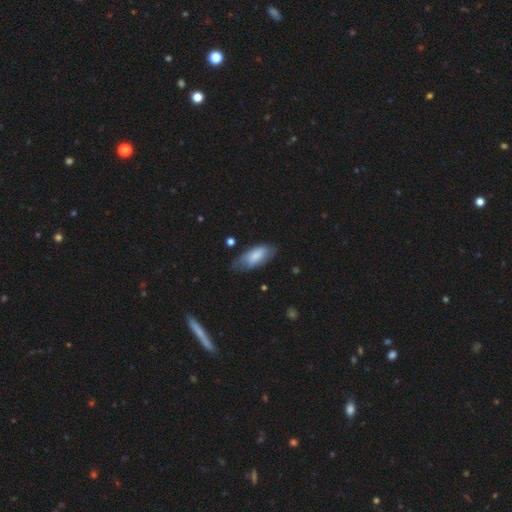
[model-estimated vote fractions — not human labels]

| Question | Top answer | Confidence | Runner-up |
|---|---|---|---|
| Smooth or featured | smooth | 70% | featured or disk (24%) |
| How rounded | in between | 86% | cigar-shaped (12%) |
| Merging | none | 62% | minor disturbance (28%) |